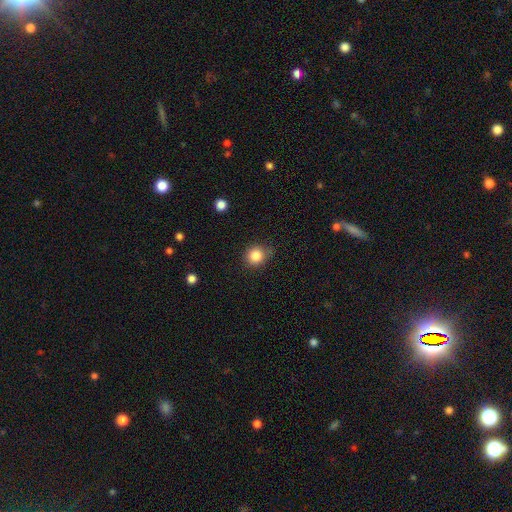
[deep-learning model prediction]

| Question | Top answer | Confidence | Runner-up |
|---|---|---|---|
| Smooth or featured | smooth | 84% | star or artifact (11%) |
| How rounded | round | 86% | in between (14%) |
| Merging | none | 77% | minor disturbance (17%) |